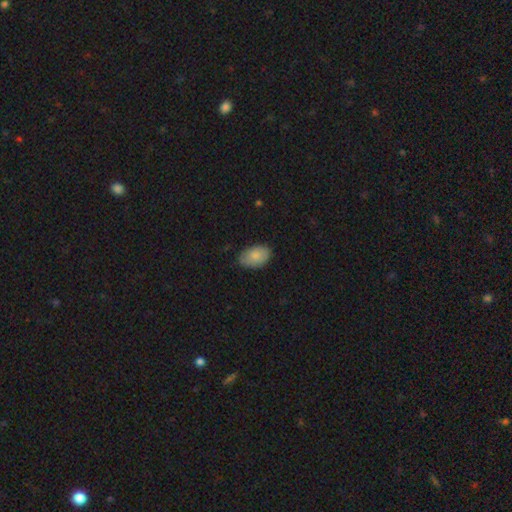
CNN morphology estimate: smooth-or-featured: smooth: 84% | featured or disk: 10% | star or artifact: 7%
  how-rounded: in between: 89% | round: 10% | cigar-shaped: 1%
  merging: none: 78% | minor disturbance: 18% | major disturbance: 3% | merger: 1%